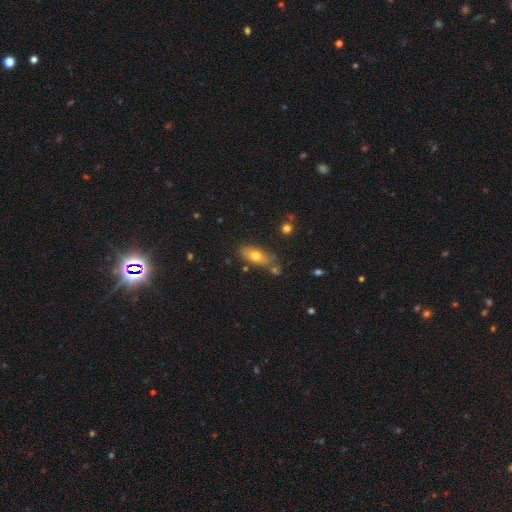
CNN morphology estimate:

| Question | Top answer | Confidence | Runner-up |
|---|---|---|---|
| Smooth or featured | smooth | 70% | featured or disk (21%) |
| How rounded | in between | 77% | cigar-shaped (18%) |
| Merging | none | 70% | minor disturbance (17%) |